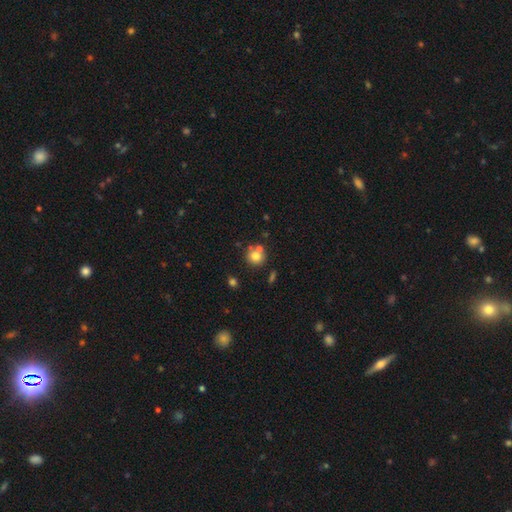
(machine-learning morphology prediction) Smooth or featured?
  - smooth: 76% *
  - featured or disk: 13%
  - star or artifact: 12%
How rounded?
  - round: 87% *
  - in between: 12%
  - cigar-shaped: 1%
Merging?
  - none: 62% *
  - merger: 23%
  - minor disturbance: 11%
  - major disturbance: 4%